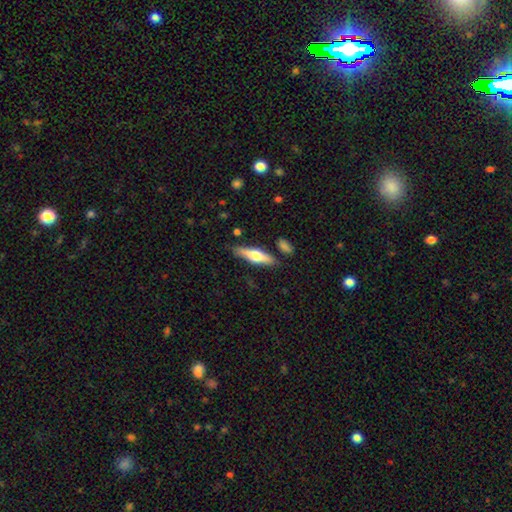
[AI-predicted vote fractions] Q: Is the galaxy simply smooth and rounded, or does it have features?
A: featured or disk — 48%.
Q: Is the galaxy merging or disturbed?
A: none — 83%.